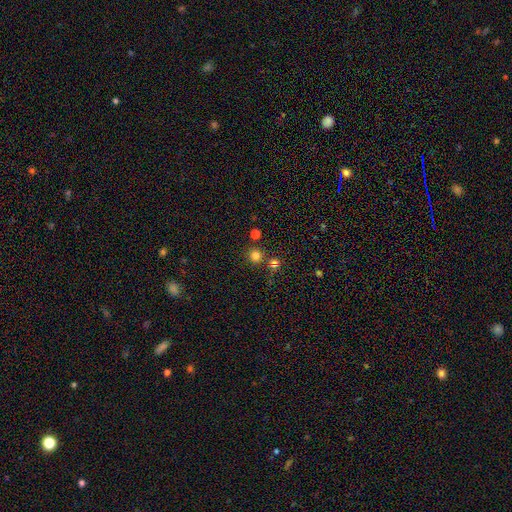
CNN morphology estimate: smooth-or-featured: smooth: 77% | star or artifact: 17% | featured or disk: 6%
  how-rounded: round: 93% | in between: 6% | cigar-shaped: 1%
  merging: none: 77% | merger: 13% | minor disturbance: 7% | major disturbance: 3%